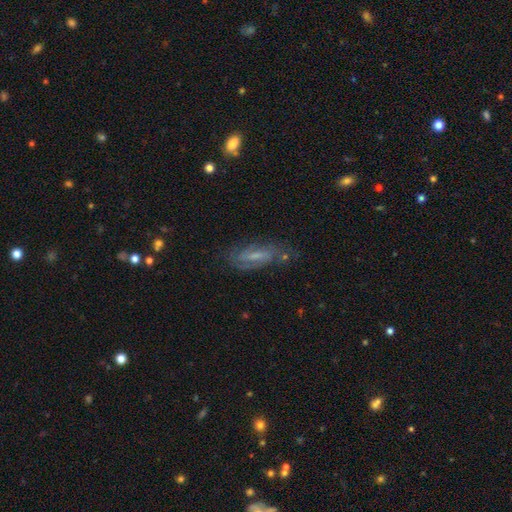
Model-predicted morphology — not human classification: Smooth or featured? featured or disk (57%)
Edge-on disk? no (78%)
Merging? none (66%)